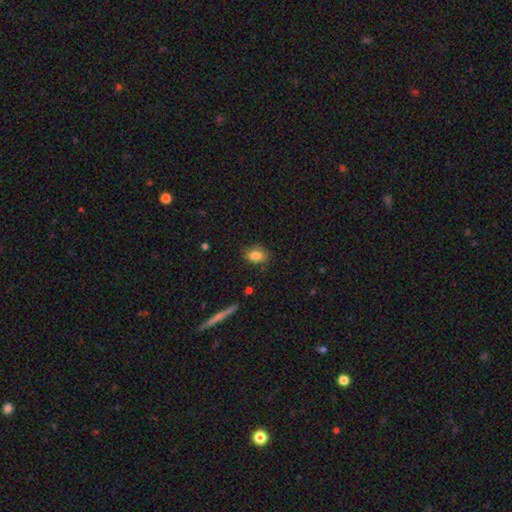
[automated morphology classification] smooth-or-featured: smooth: 83% | featured or disk: 8% | star or artifact: 8%
  how-rounded: in between: 81% | round: 17% | cigar-shaped: 2%
  merging: none: 79% | minor disturbance: 16% | major disturbance: 3% | merger: 2%